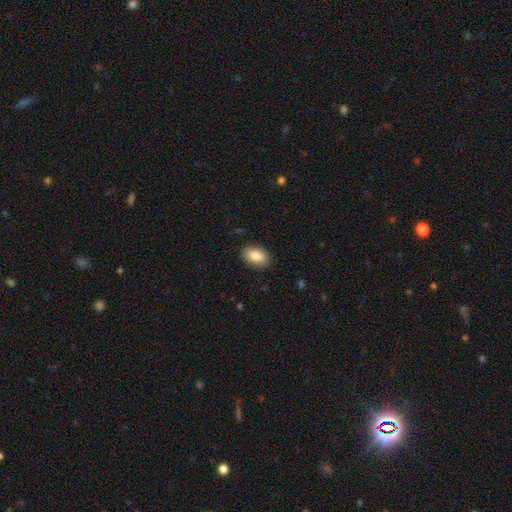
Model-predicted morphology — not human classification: Q: Smooth or featured?
A: smooth (86%); runner-up: featured or disk (8%)
Q: How rounded?
A: in between (90%); runner-up: round (8%)
Q: Merging?
A: none (89%); runner-up: minor disturbance (8%)